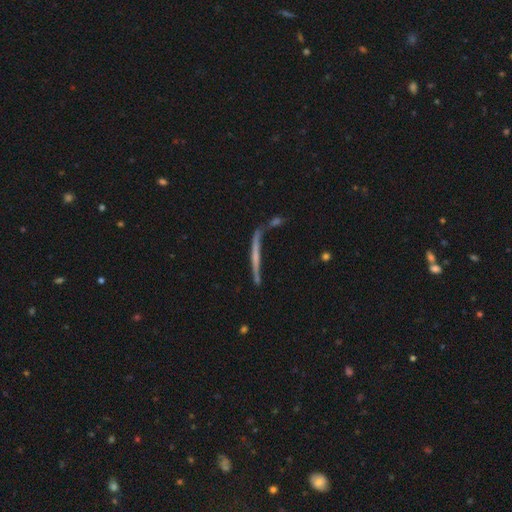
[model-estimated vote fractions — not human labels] Morphology: type=featured or disk (58%); edge-on=yes (92%); edge-on bulge=none (68%); merging=none (56%).